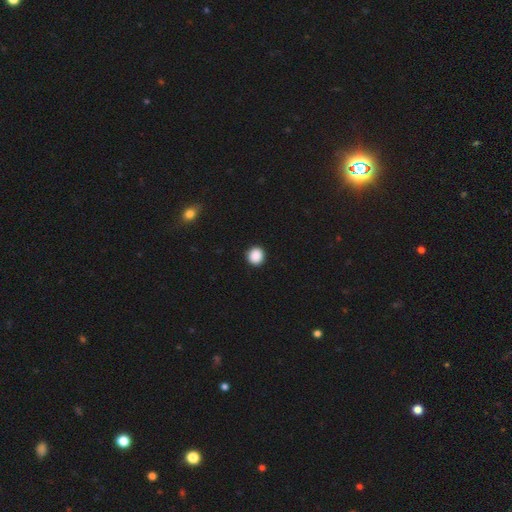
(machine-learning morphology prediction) smooth 89%, star or artifact 9%, featured or disk 2%. Down the decision tree: how rounded — round (90%); merging — none (93%).